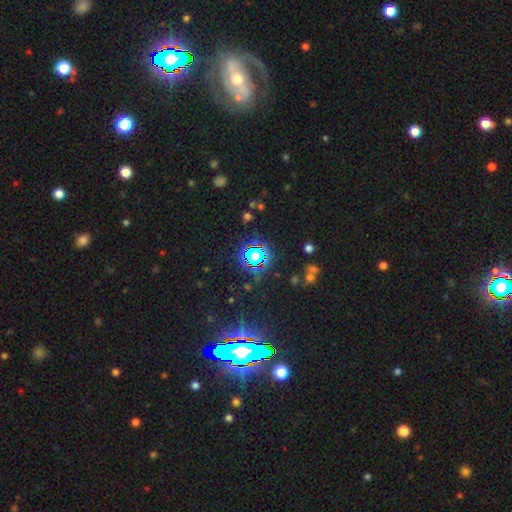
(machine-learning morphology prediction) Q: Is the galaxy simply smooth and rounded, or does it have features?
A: star or artifact — 64%.